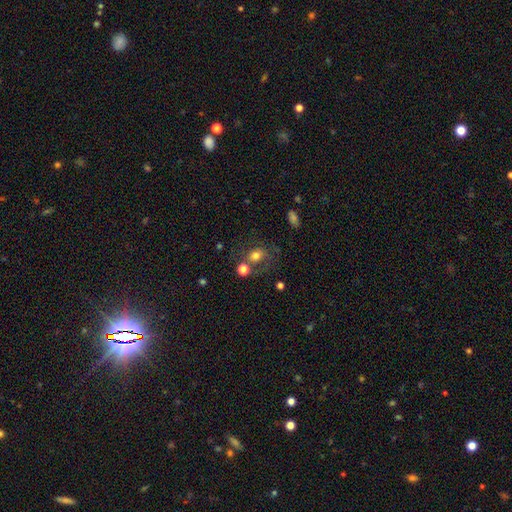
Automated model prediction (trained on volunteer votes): This is likely a smooth galaxy (68%). How rounded: possibly round (58%). Merging: possibly none (51%).